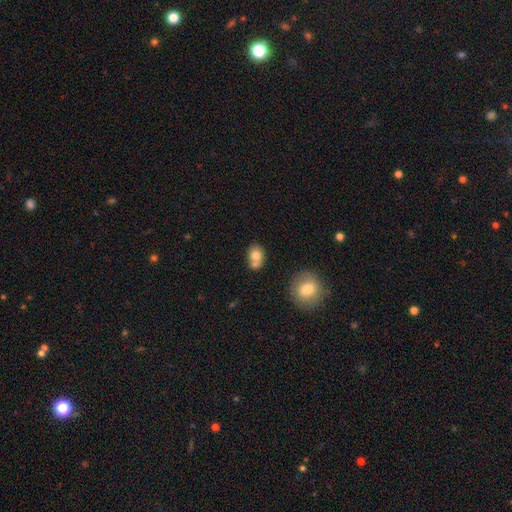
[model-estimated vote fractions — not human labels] This is likely a smooth galaxy (75%). How rounded: possibly in between (51%). Merging: marginally none (43%).